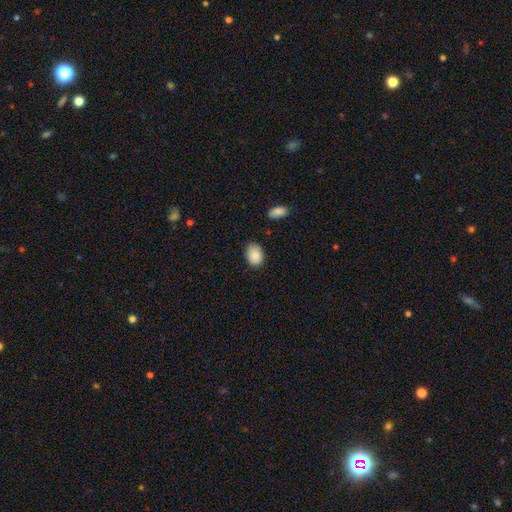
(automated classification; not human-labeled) smooth 89%, star or artifact 7%, featured or disk 4%. Down the decision tree: how rounded — in between (81%); merging — none (76%).